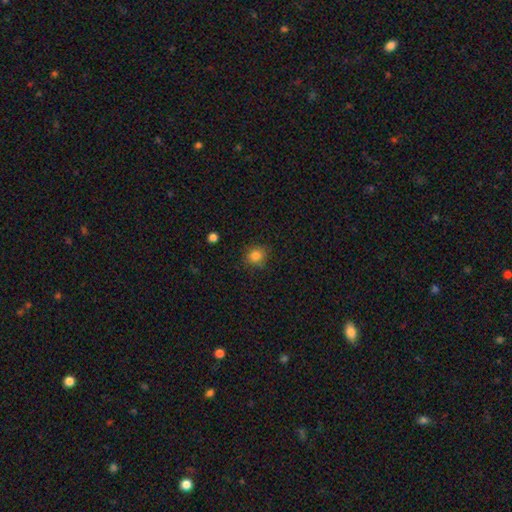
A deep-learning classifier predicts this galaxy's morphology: type=smooth (83%); roundness=round (77%); merging=none (81%).